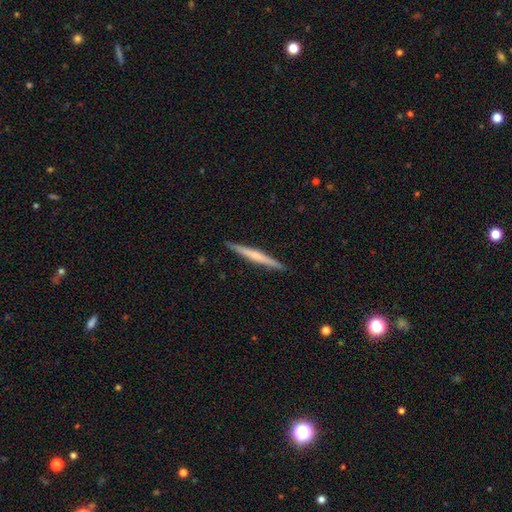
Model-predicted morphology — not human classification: Overall: featured or disk (54%; smooth 40%). Edge-on disk: yes (98%). Edge-on bulge: none (51%; rounded 41%). Merging: none (92%).